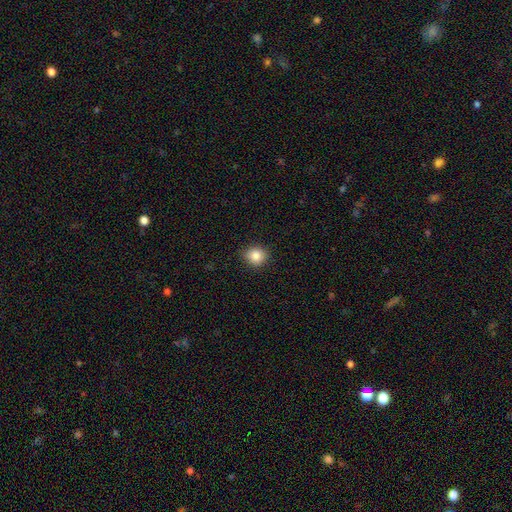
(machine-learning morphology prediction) This appears to be a smooth galaxy with no disk features (85%) that is round (82%). Merging: none (87%).